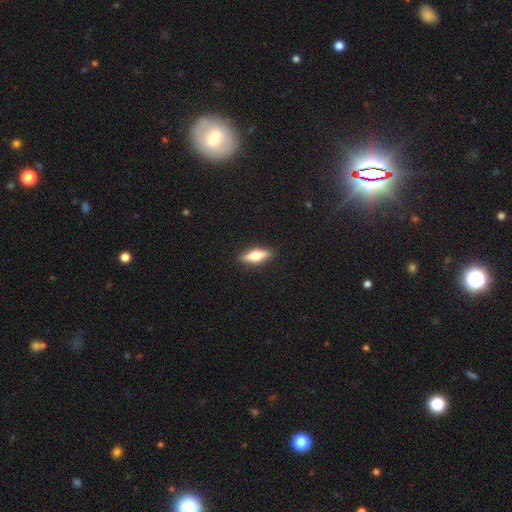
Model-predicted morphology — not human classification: A smooth galaxy with no disk features (48%). Merging: none (90%).